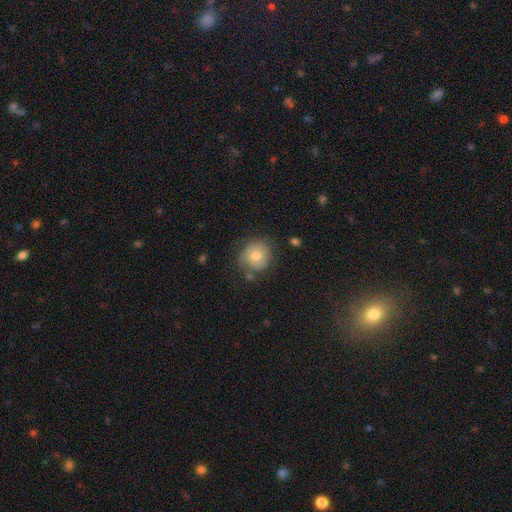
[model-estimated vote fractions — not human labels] Q: Smooth or featured?
A: smooth (59%); runner-up: featured or disk (32%)
Q: How rounded?
A: round (82%); runner-up: in between (17%)
Q: Merging?
A: none (67%); runner-up: minor disturbance (22%)